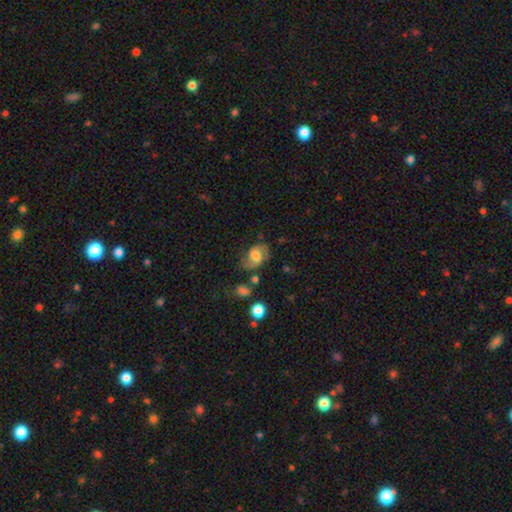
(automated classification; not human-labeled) smooth_or_featured: smooth (p=0.49) [alt: featured or disk p=0.42]
merging: none (p=0.52) [alt: minor disturbance p=0.28]